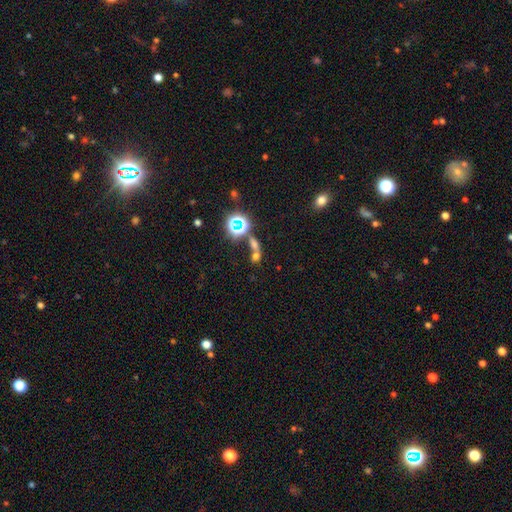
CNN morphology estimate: Overall: star or artifact (64%; smooth 26%).